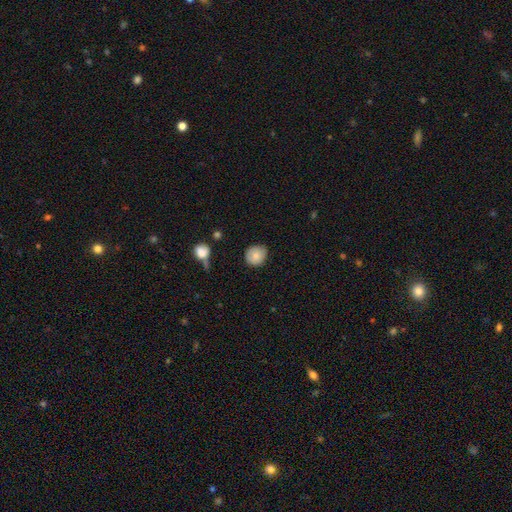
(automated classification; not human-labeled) The model was most divided on "merging": none: 75%, minor disturbance: 19%, major disturbance: 4%, merger: 2%. More confident: smooth or featured — smooth (82%); how rounded — round (79%).